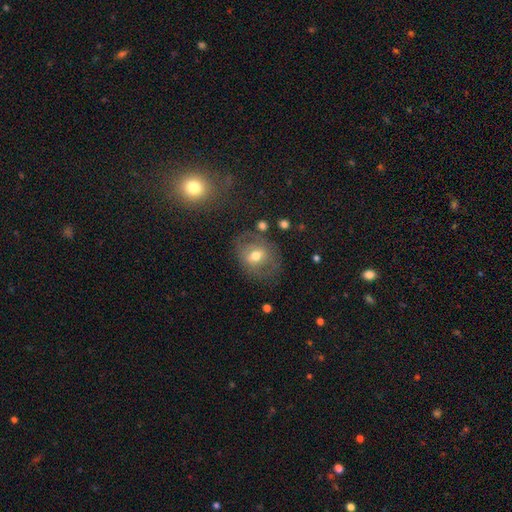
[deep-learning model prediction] This appears to be a smooth galaxy with no disk features (49%). Merging: none (64%).